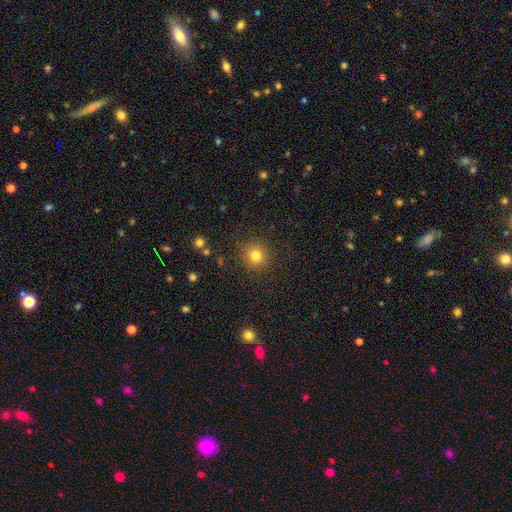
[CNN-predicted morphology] A smooth galaxy with no disk features (80%) that is round (92%). Merging: none (88%).